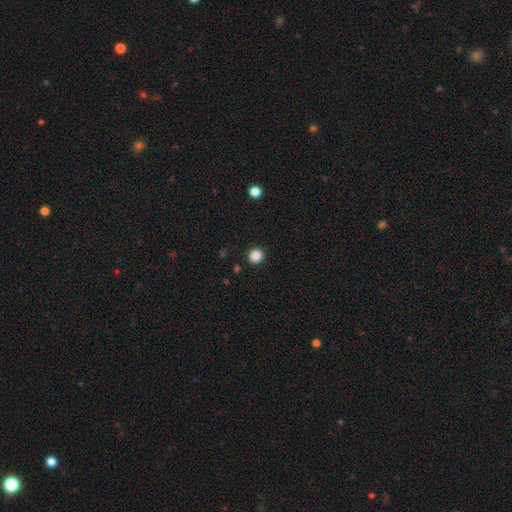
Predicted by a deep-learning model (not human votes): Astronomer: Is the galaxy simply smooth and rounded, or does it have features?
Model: smooth — 86%.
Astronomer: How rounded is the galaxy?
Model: round — 89%.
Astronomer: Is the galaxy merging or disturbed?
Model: none — 92%.